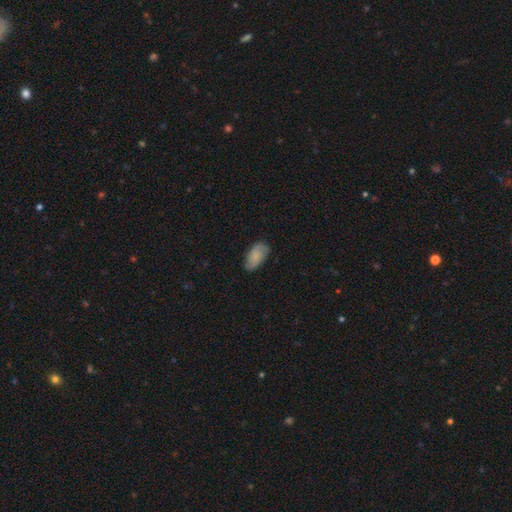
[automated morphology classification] A smooth galaxy with no disk features (64%) that is in between round and cigar-shaped (93%). Merging: none (73%).